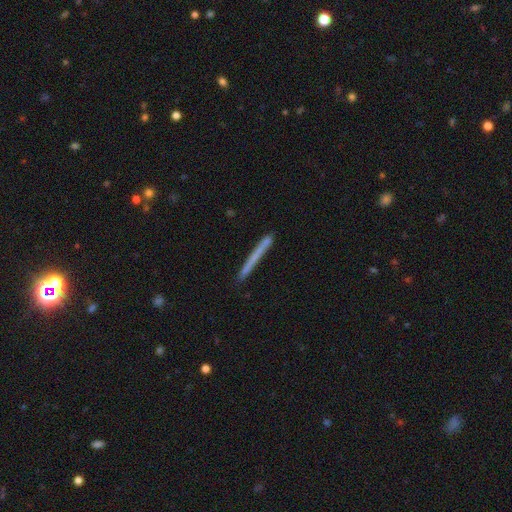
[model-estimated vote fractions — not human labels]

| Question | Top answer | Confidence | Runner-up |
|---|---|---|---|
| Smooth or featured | smooth | 59% | featured or disk (34%) |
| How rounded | cigar-shaped | 97% | in between (2%) |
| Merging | none | 87% | minor disturbance (9%) |